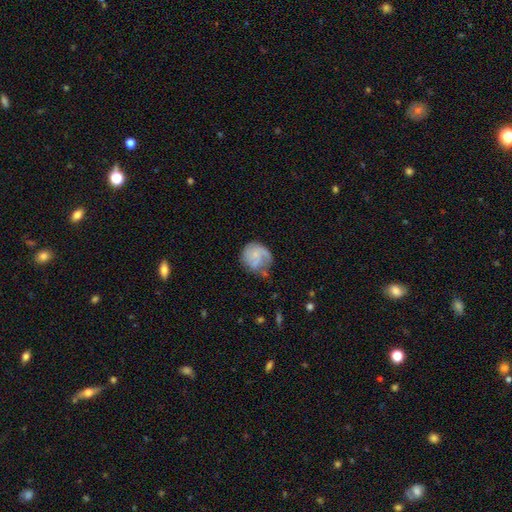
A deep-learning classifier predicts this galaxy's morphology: Overall: featured or disk (52%; smooth 41%). Edge-on disk: no (98%). Bar: no (72%). Spiral arms: yes (80%). Bulge size: small (56%; none 25%). Merging: none (48%; minor disturbance 29%).